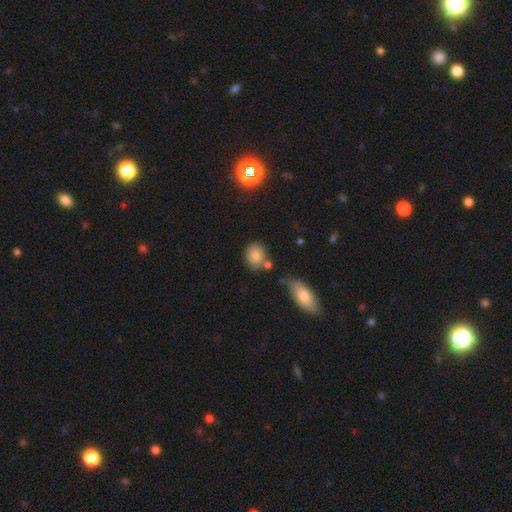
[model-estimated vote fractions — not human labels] smooth_or_featured: smooth (p=0.80) [alt: star or artifact p=0.10]
how_rounded: round (p=0.57) [alt: in between p=0.41]
merging: none (p=0.69) [alt: minor disturbance p=0.14]